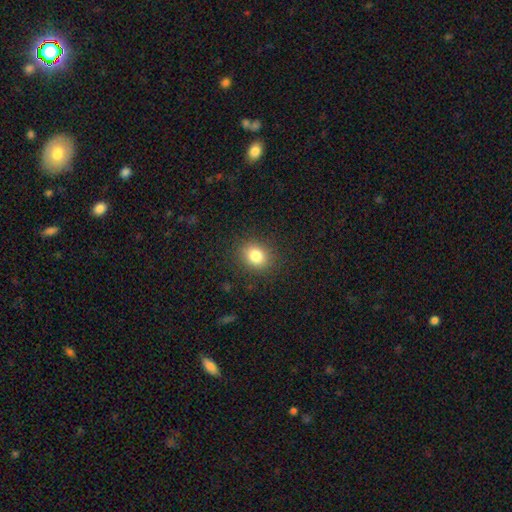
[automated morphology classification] This is clearly a smooth galaxy (82%). How rounded: possibly round (58%). Merging: clearly none (88%).